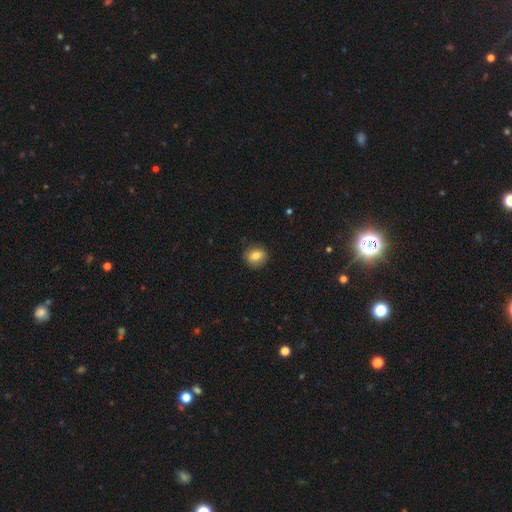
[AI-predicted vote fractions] A smooth galaxy with no disk features (78%) that is round (65%). Merging: none (86%).